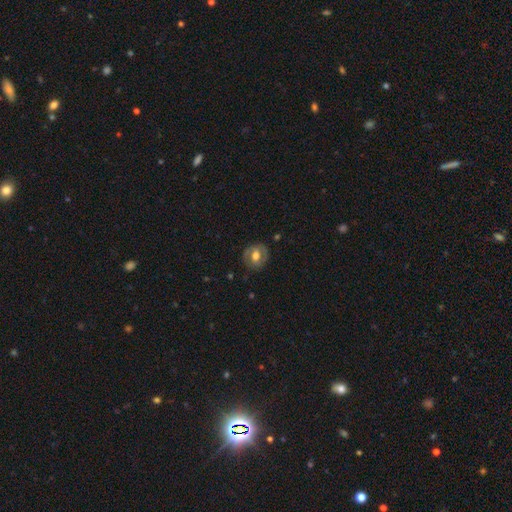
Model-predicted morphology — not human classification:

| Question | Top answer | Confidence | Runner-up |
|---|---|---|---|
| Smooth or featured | featured or disk | 53% | smooth (40%) |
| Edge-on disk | no | 95% | yes (5%) |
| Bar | no | 43% | weak (39%) |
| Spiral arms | no | 51% | yes (49%) |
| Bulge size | moderate | 64% | large (26%) |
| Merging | none | 80% | minor disturbance (14%) |